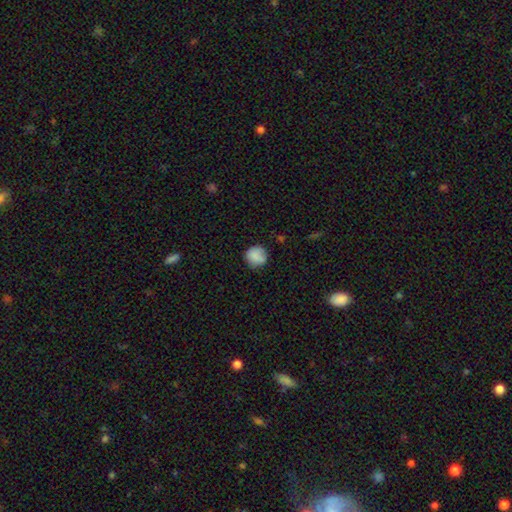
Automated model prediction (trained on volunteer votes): A smooth galaxy with no disk features (84%) that is round (89%).

Vote fractions:
- Smooth or featured? smooth: 84% / star or artifact: 8% / featured or disk: 7%
- How rounded? round: 89% / in between: 10% / cigar-shaped: 1%
- Merging? none: 77% / minor disturbance: 17% / major disturbance: 4% / merger: 2%